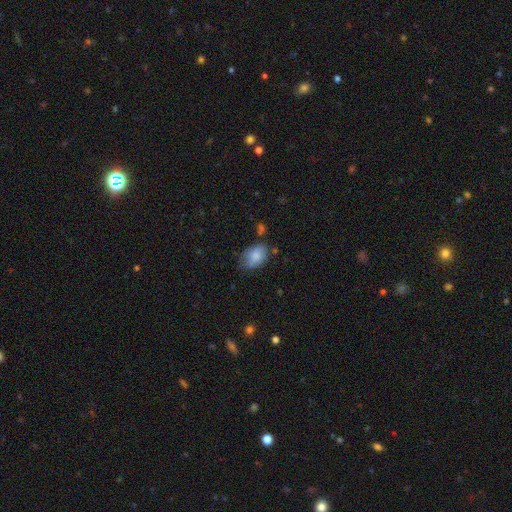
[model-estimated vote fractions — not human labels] Smooth or featured?
  - smooth: 82% *
  - featured or disk: 10%
  - star or artifact: 8%
How rounded?
  - in between: 82% *
  - round: 17%
  - cigar-shaped: 1%
Merging?
  - none: 56% *
  - minor disturbance: 31%
  - major disturbance: 8%
  - merger: 4%